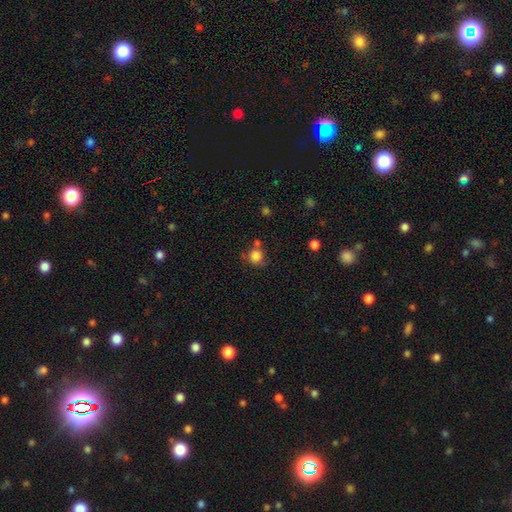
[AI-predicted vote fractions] A smooth galaxy with no disk features (82%) that is round (88%). Merging: none (59%).